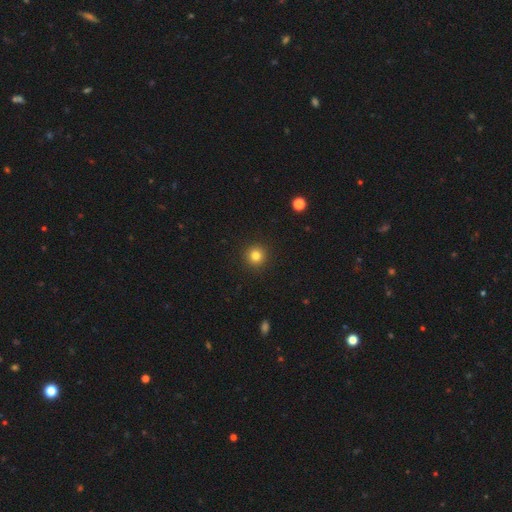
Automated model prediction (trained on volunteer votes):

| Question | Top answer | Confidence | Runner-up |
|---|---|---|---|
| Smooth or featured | smooth | 82% | star or artifact (13%) |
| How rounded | round | 95% | in between (4%) |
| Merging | none | 92% | minor disturbance (5%) |